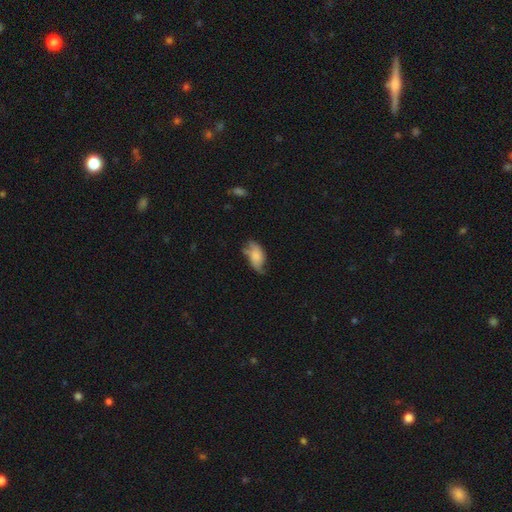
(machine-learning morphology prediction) Smooth or featured? Predicted: smooth (p=0.58). How rounded? Predicted: in between (p=0.91). Merging? Predicted: none (p=0.44).